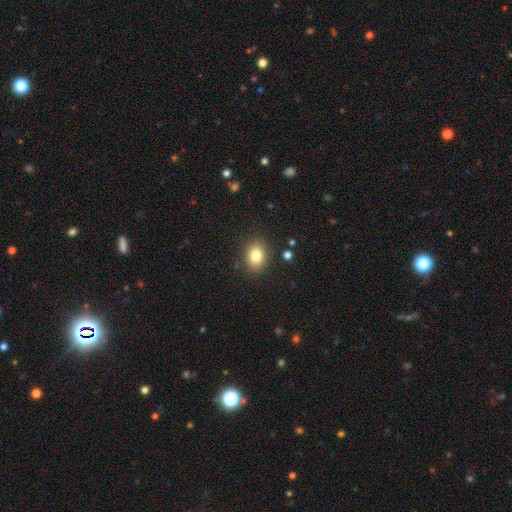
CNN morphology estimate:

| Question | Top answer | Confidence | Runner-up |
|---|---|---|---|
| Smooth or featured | smooth | 81% | star or artifact (10%) |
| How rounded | in between | 63% | round (36%) |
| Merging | none | 86% | minor disturbance (9%) |